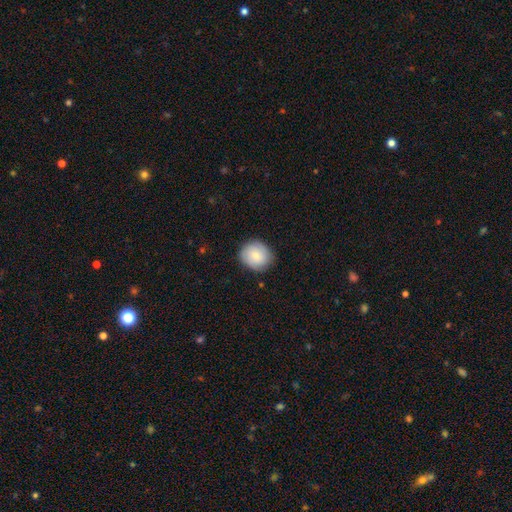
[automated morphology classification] Smooth or featured? smooth (75%)
How rounded? round (81%)
Merging? none (81%)